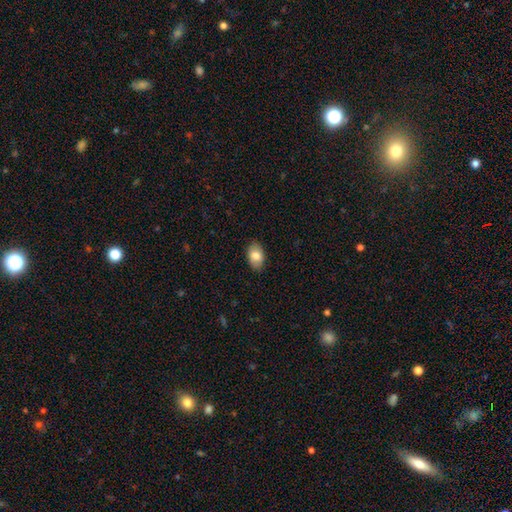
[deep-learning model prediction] Overall: smooth (82%). How rounded: in between (89%). Merging: none (86%).